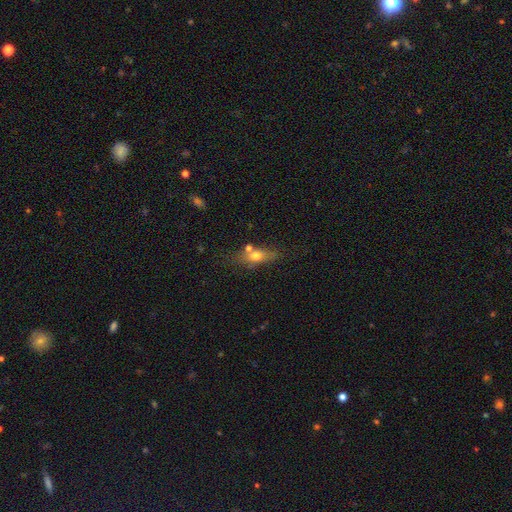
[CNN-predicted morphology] Smooth or featured? Predicted: smooth (p=0.63). How rounded? Predicted: in between (p=0.63). Merging? Predicted: none (p=0.59).